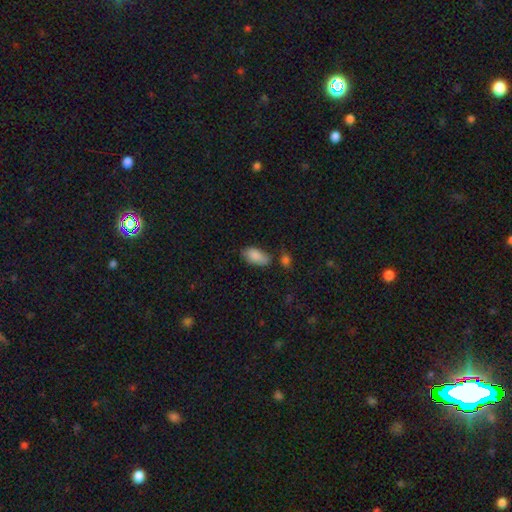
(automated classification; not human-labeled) This appears to be a smooth galaxy with no disk features (87%) that is in between round and cigar-shaped (93%). Merging: none (59%).